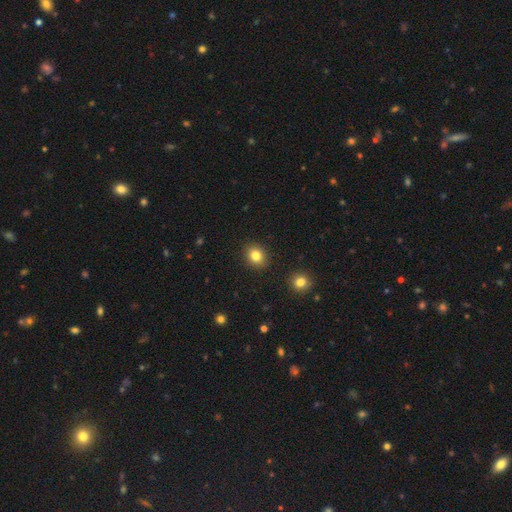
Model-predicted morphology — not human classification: This appears to be a smooth galaxy with no disk features (83%) that is round (61%). Merging: none (90%).